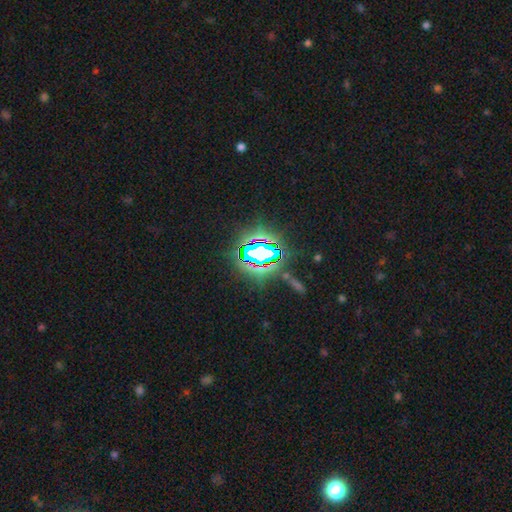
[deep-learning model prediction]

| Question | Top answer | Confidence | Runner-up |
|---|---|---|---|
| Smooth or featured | star or artifact | 81% | smooth (11%) |